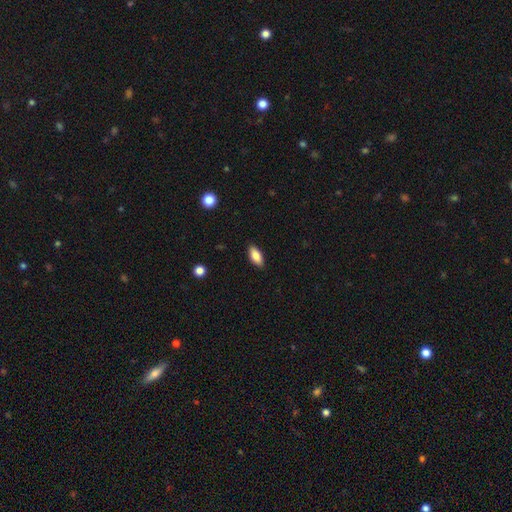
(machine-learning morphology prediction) Smooth or featured: smooth — 85% (featured or disk — 9%)
How rounded: in between — 89% (cigar-shaped — 9%)
Merging: none — 88% (minor disturbance — 9%)